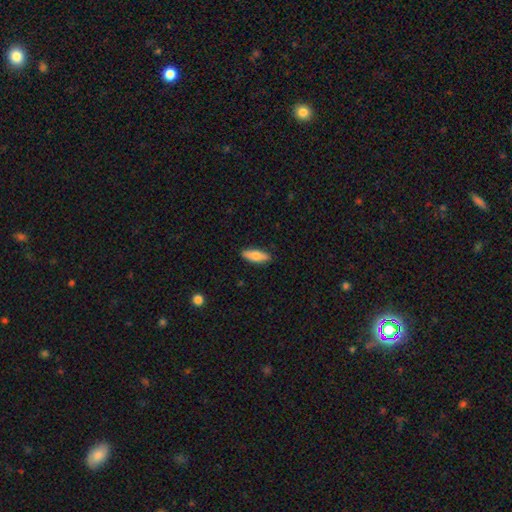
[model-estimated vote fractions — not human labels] Overall: smooth (73%). How rounded: in between (64%; cigar-shaped 34%). Merging: none (88%).